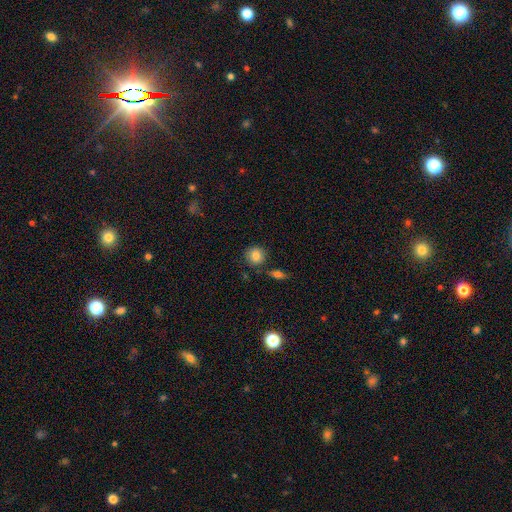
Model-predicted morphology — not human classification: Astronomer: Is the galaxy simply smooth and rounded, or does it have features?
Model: smooth — 83%.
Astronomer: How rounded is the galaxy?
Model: round — 88%.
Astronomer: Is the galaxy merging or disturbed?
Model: none — 81%.